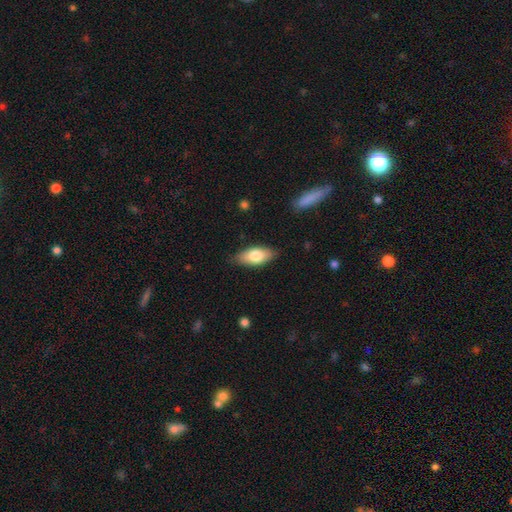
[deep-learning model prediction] A smooth galaxy with no disk features (75%) that is in between round and cigar-shaped (85%).

Vote fractions:
- Smooth or featured? smooth: 75% / featured or disk: 19% / star or artifact: 6%
- How rounded? in between: 85% / cigar-shaped: 12% / round: 3%
- Merging? none: 84% / minor disturbance: 13% / major disturbance: 2% / merger: 1%